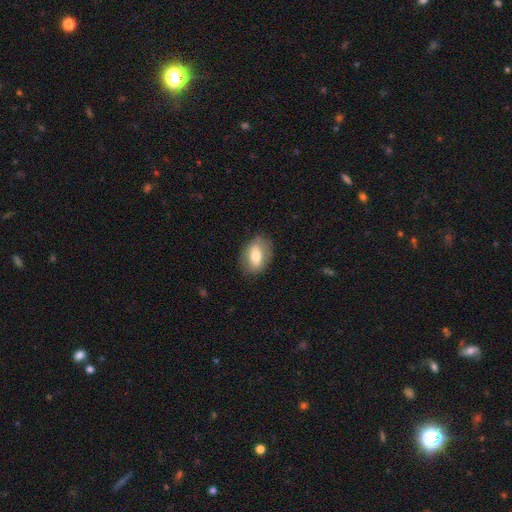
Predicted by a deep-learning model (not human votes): Smooth or featured?
  - smooth: 72% *
  - featured or disk: 21%
  - star or artifact: 7%
How rounded?
  - in between: 85% *
  - round: 11%
  - cigar-shaped: 3%
Merging?
  - none: 79% *
  - minor disturbance: 15%
  - major disturbance: 5%
  - merger: 1%